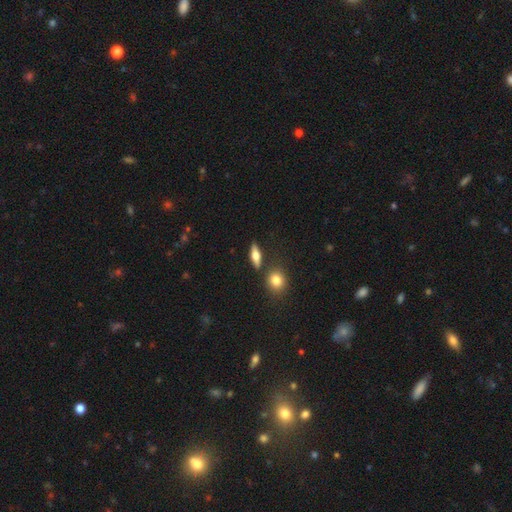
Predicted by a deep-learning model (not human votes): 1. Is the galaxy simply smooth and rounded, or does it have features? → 52% smooth, 41% featured or disk, 8% star or artifact.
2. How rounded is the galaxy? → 54% in between, 37% cigar-shaped, 9% round.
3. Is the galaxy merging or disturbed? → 80% none, 10% minor disturbance, 7% merger, 3% major disturbance.